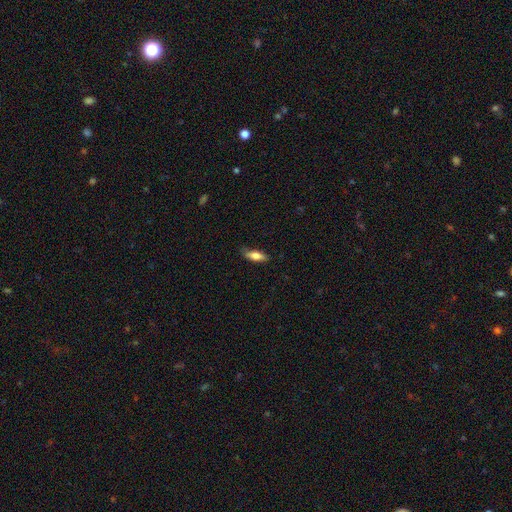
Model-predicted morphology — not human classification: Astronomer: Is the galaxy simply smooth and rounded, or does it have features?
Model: smooth — 73%.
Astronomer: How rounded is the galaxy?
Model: in between — 57% (runner-up: cigar-shaped, 41%).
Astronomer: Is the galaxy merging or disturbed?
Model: none — 77%.